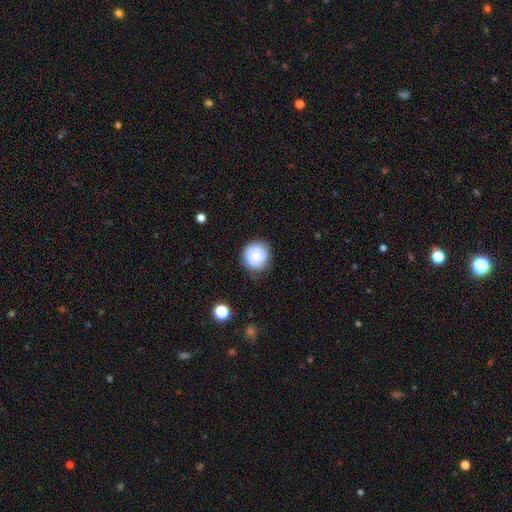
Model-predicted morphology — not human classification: Overall: smooth (64%; featured or disk 28%). How rounded: round (91%). Merging: none (74%).